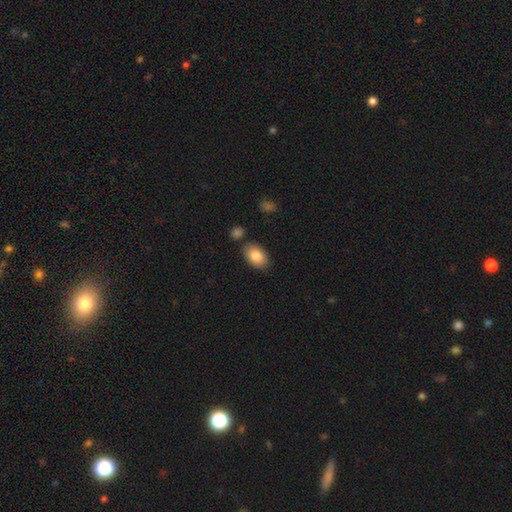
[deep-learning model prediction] Q: Smooth or featured?
A: smooth (84%); runner-up: featured or disk (10%)
Q: How rounded?
A: in between (92%); runner-up: round (7%)
Q: Merging?
A: none (80%); runner-up: minor disturbance (12%)